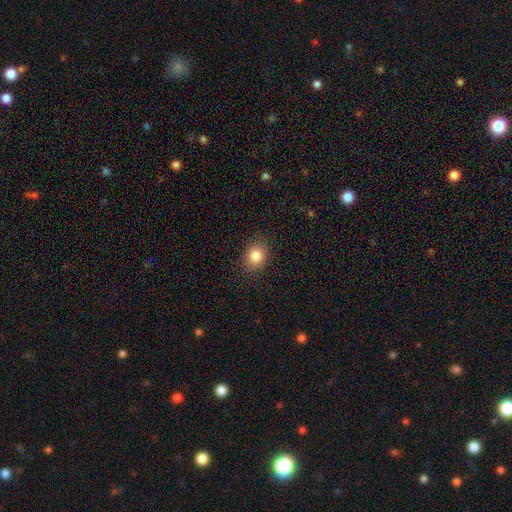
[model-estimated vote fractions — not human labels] smooth-or-featured: smooth: 84% | star or artifact: 10% | featured or disk: 6%
  how-rounded: in between: 53% | round: 46% | cigar-shaped: 1%
  merging: none: 87% | minor disturbance: 10% | major disturbance: 3% | merger: 1%